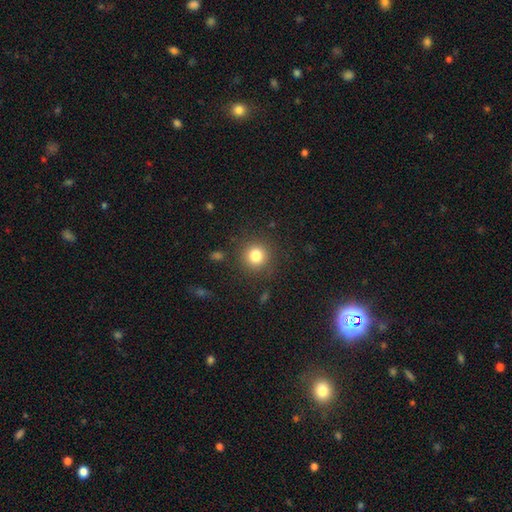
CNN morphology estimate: Overall: smooth (81%). How rounded: round (93%). Merging: none (87%).